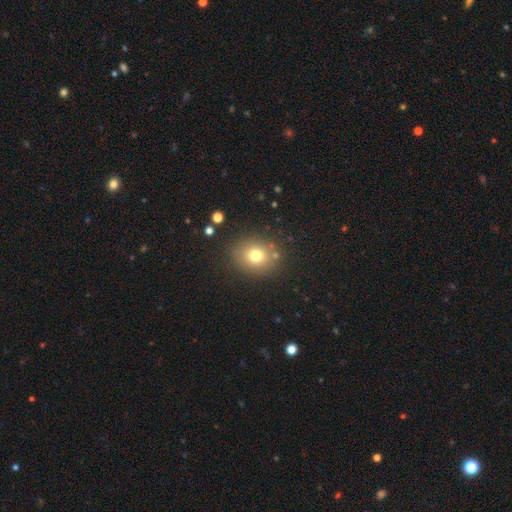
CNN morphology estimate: smooth_or_featured: smooth (p=0.73) [alt: star or artifact p=0.15]
how_rounded: round (p=0.70) [alt: in between p=0.29]
merging: none (p=0.84) [alt: minor disturbance p=0.09]